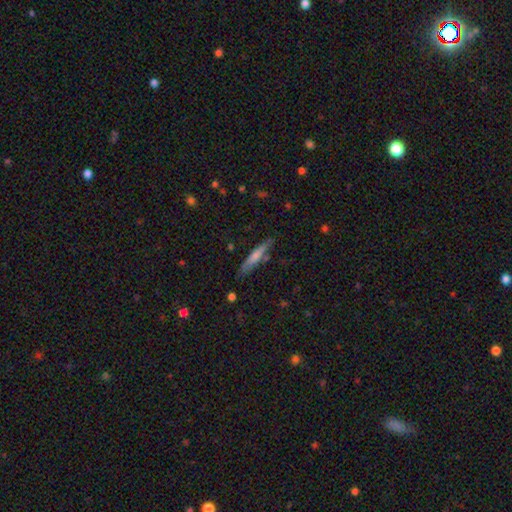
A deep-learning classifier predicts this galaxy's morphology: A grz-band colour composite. It shows a smooth galaxy with no disk features (56%) that is cigar-shaped (91%). Merging: none (81%).